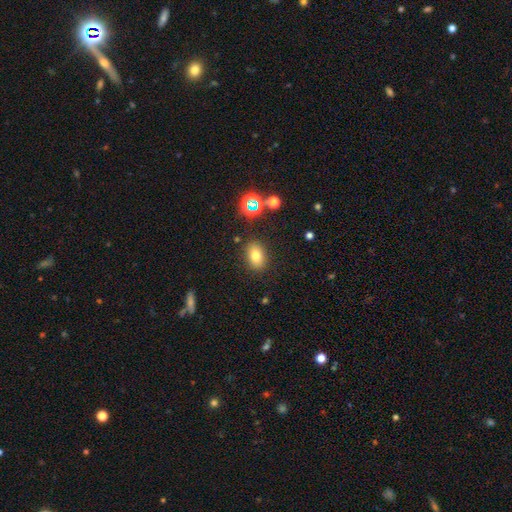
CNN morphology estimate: Smooth or featured? Predicted: smooth (p=0.74). How rounded? Predicted: in between (p=0.80). Merging? Predicted: none (p=0.85).